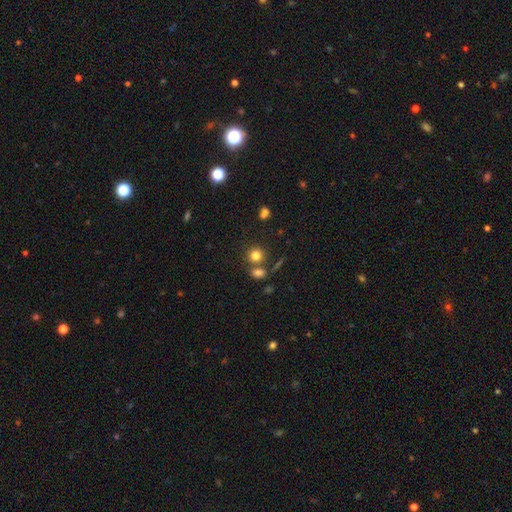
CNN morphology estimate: This is likely a smooth galaxy (80%). How rounded: clearly round (81%). Merging: likely none (63%).